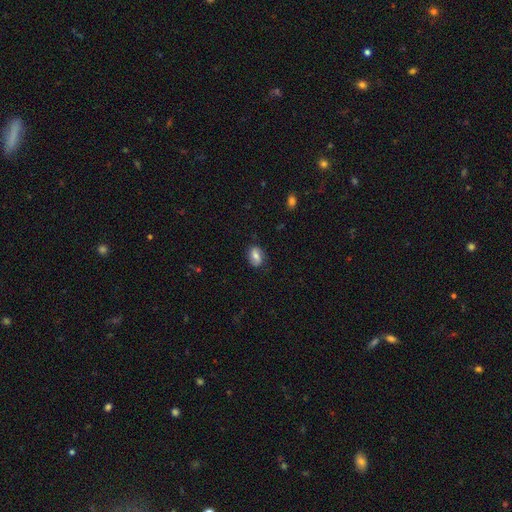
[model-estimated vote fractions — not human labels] This is possibly a smooth galaxy (57%). How rounded: likely in between (78%). Merging: likely none (79%).